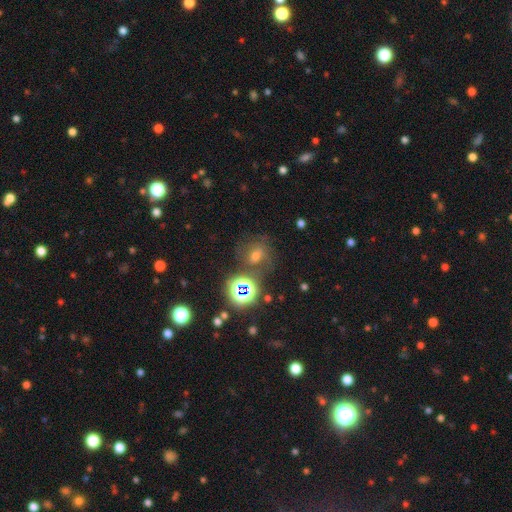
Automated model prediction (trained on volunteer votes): This appears to be a star or artifact, not a galaxy (40%).